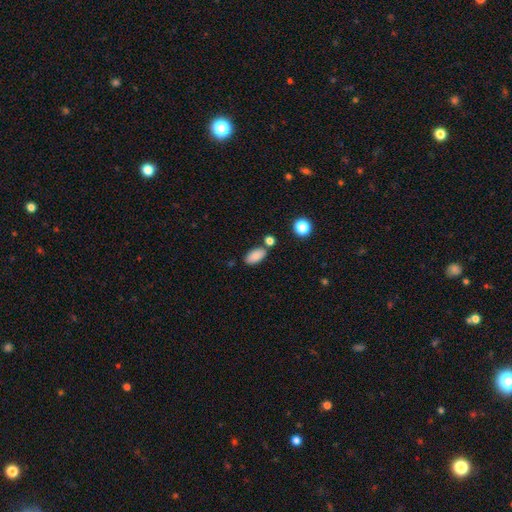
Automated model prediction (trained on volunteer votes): This appears to be a smooth galaxy with no disk features (87%) that is in between round and cigar-shaped (92%). Merging: none (74%).